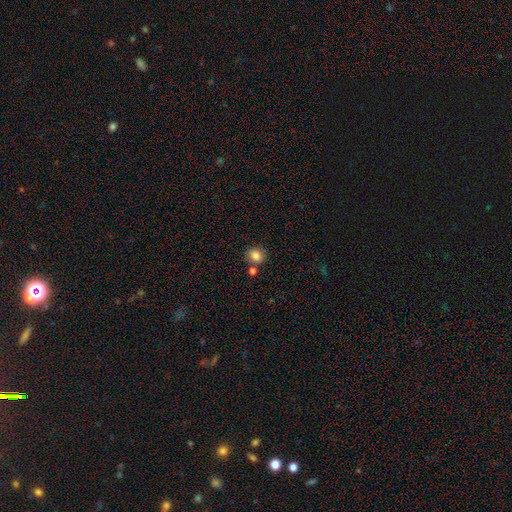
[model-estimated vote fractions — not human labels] smooth_or_featured: smooth (p=0.84) [alt: star or artifact p=0.10]
how_rounded: round (p=0.66) [alt: in between p=0.33]
merging: none (p=0.68) [alt: merger p=0.16]